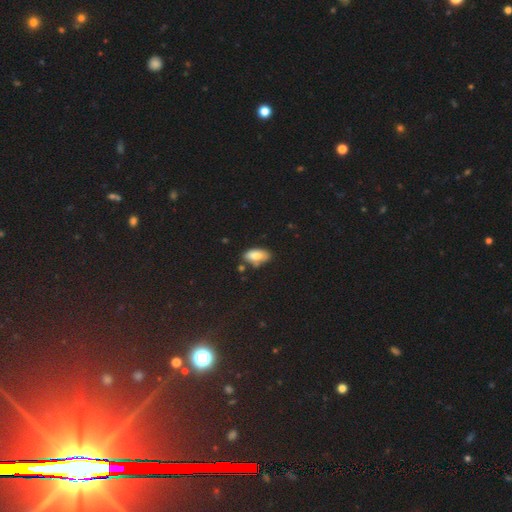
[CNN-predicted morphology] Q: Smooth or featured?
A: smooth (81%); runner-up: featured or disk (11%)
Q: How rounded?
A: in between (89%); runner-up: cigar-shaped (8%)
Q: Merging?
A: none (66%); runner-up: minor disturbance (23%)